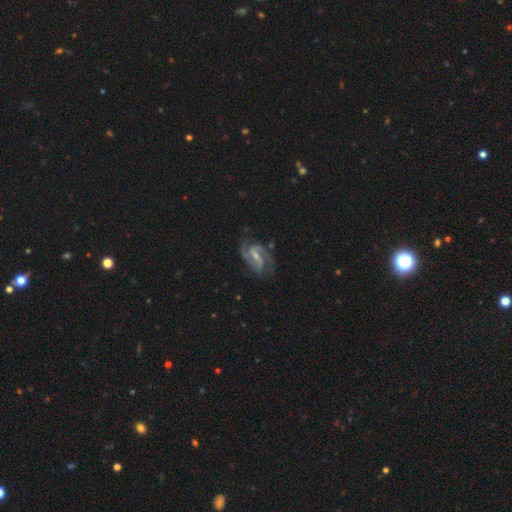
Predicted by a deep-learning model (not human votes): Overall: featured or disk (88%). Edge-on disk: no (97%). Bar: weak (48%; strong 37%). Spiral arms: yes (97%). Spiral arm count: 2 (78%). Spiral winding: medium (54%; tight 27%). Bulge size: small (58%; moderate 33%). Merging: none (76%).